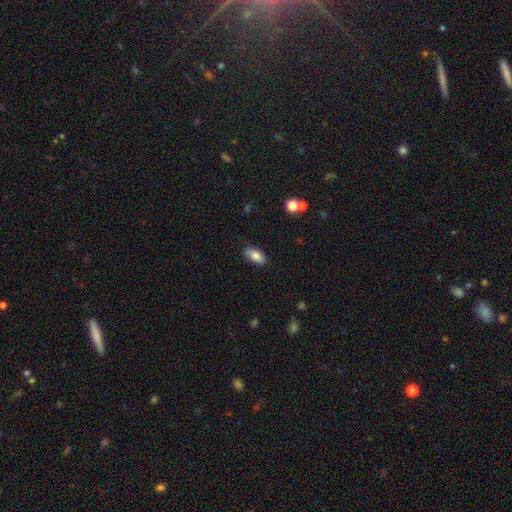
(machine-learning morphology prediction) A smooth galaxy with no disk features (80%) that is in between round and cigar-shaped (87%). Merging: none (86%).